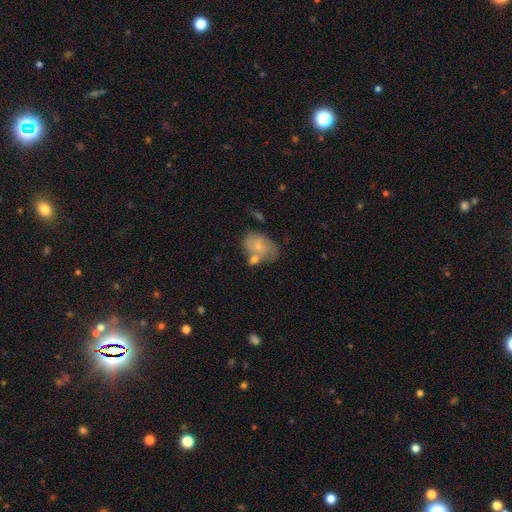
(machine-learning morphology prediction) A smooth galaxy with no disk features (68%) that is in between round and cigar-shaped (77%).

Vote fractions:
- Smooth or featured? smooth: 68% / featured or disk: 25% / star or artifact: 7%
- How rounded? in between: 77% / round: 22% / cigar-shaped: 1%
- Merging? none: 42% / merger: 26% / minor disturbance: 23% / major disturbance: 9%